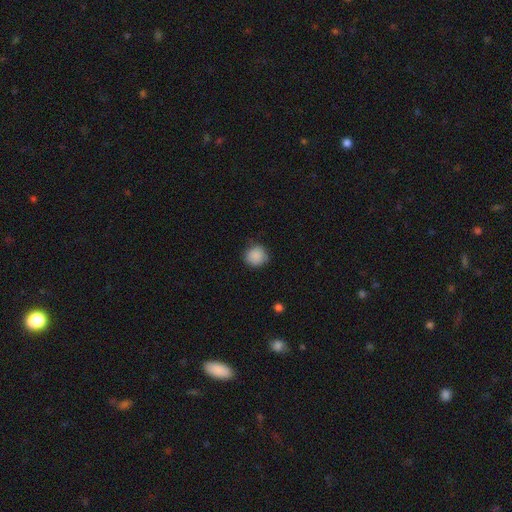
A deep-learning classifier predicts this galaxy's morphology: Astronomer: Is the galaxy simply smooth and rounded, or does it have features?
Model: smooth — 88%.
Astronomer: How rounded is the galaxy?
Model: round — 91%.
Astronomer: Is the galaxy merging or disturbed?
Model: none — 82%.